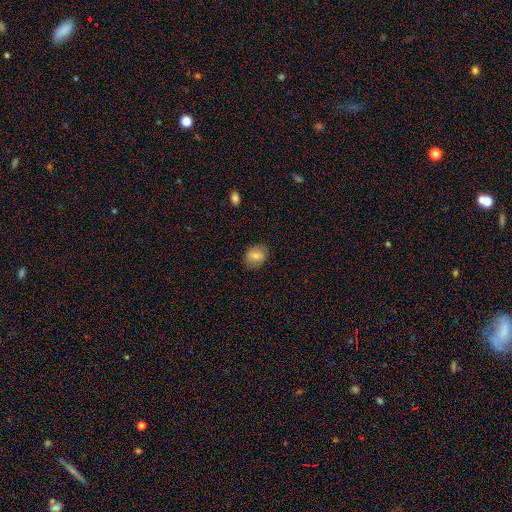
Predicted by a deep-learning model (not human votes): This appears to be a smooth galaxy with no disk features (75%) that is round (52%). Merging: none (84%).